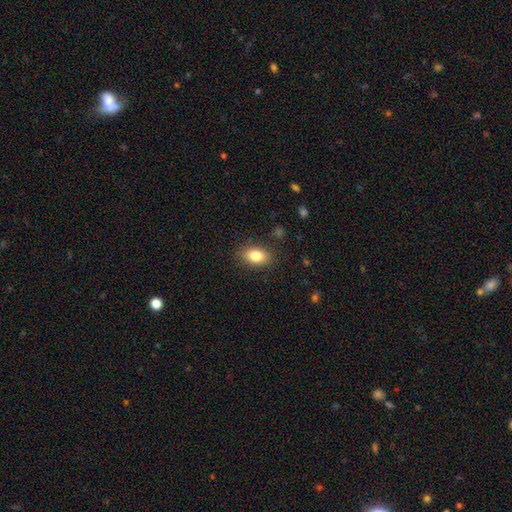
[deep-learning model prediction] This is clearly a smooth galaxy (83%). How rounded: clearly in between (87%). Merging: clearly none (86%).